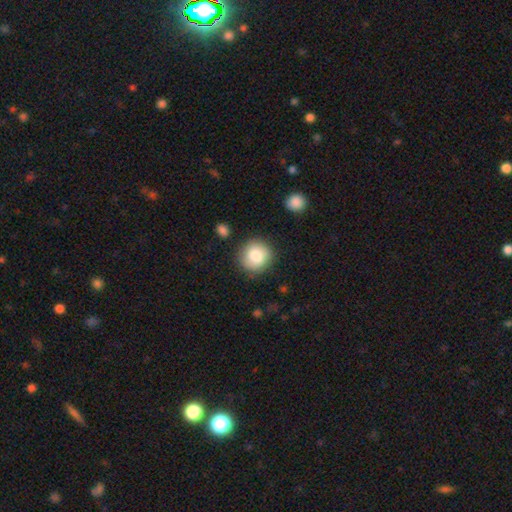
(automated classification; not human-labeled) Smooth or featured? smooth (83%)
How rounded? round (90%)
Merging? none (84%)